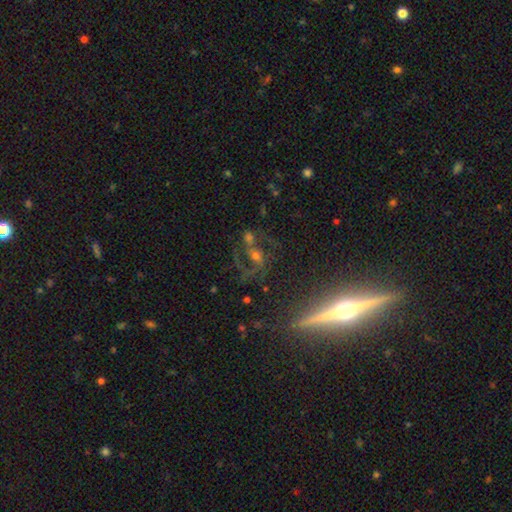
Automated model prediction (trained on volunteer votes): Morphology: type=featured or disk (62%); edge-on=no (94%); bar=no (52%); spiral arms=yes (79%); bulge=moderate (49%); merging=none (43%).